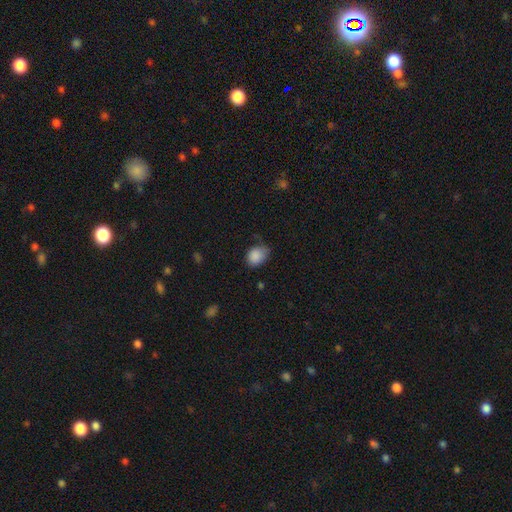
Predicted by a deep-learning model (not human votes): Q: Smooth or featured?
A: smooth (87%); runner-up: star or artifact (8%)
Q: How rounded?
A: in between (67%); runner-up: round (32%)
Q: Merging?
A: none (56%); runner-up: minor disturbance (34%)